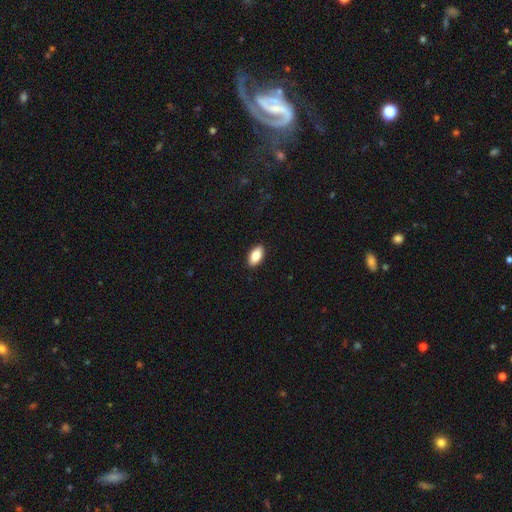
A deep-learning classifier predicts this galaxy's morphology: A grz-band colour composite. It shows a smooth galaxy with no disk features (84%) that is in between round and cigar-shaped (92%). Merging: none (90%).